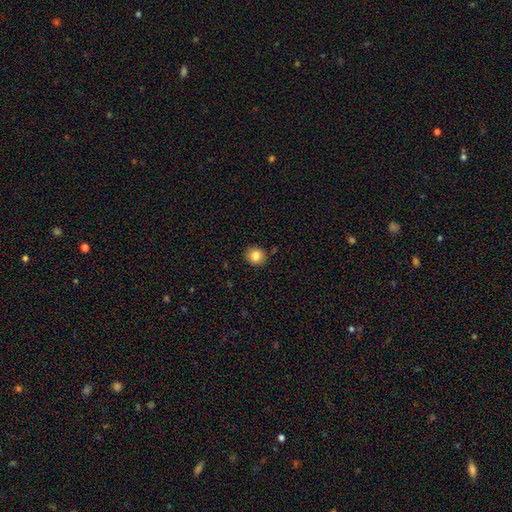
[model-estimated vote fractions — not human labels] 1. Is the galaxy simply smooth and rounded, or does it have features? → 84% smooth, 10% star or artifact, 6% featured or disk.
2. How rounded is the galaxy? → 85% round, 14% in between, 1% cigar-shaped.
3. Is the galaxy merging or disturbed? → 89% none, 8% minor disturbance, 2% major disturbance, 2% merger.